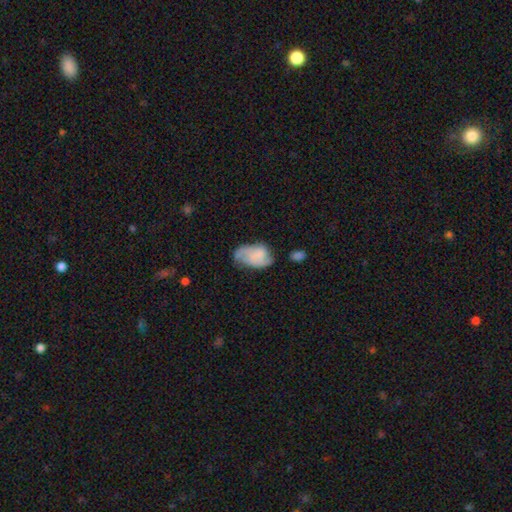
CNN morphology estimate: A smooth galaxy with no disk features (49%).

Vote fractions:
- Smooth or featured? smooth: 49% / featured or disk: 43% / star or artifact: 8%
- Merging? none: 40% / minor disturbance: 35% / major disturbance: 19% / merger: 6%